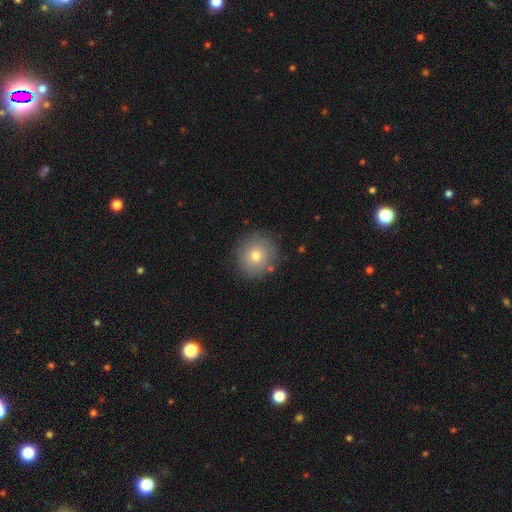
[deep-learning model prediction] Smooth or featured? Predicted: smooth (p=0.74). How rounded? Predicted: round (p=0.88). Merging? Predicted: none (p=0.85).